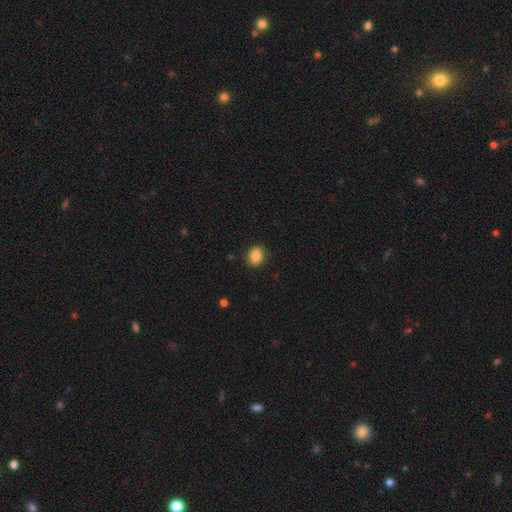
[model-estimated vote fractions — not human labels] Overall: smooth (86%). How rounded: round (56%; in between 43%). Merging: none (89%).